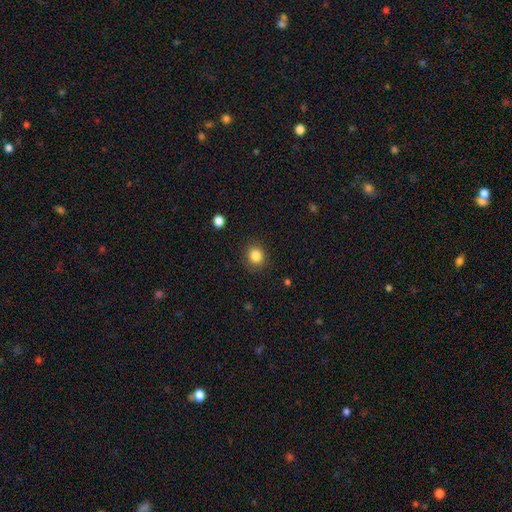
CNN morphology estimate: Smooth or featured? Predicted: smooth (p=0.84). How rounded? Predicted: round (p=0.80). Merging? Predicted: none (p=0.87).